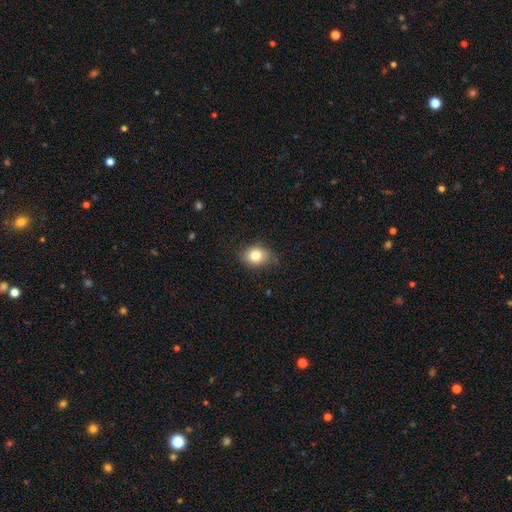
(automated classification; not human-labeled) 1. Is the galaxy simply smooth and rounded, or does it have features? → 80% smooth, 10% star or artifact, 10% featured or disk.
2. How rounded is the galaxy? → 56% in between, 43% round, 1% cigar-shaped.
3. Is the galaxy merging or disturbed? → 78% none, 18% minor disturbance, 3% major disturbance, 1% merger.